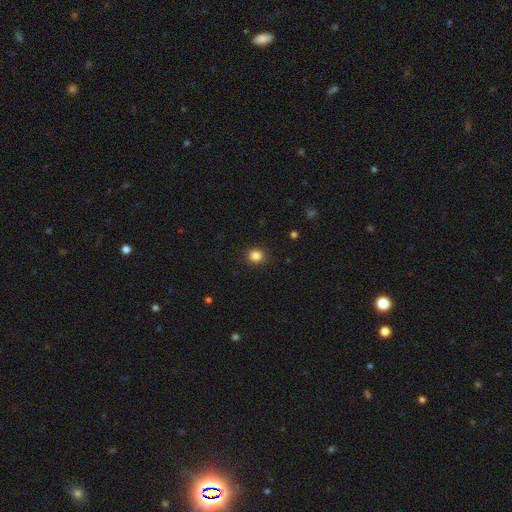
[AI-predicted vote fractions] The model was most divided on "smooth or featured": smooth: 84%, star or artifact: 12%, featured or disk: 4%. More confident: merging — none (91%); how rounded — round (88%).